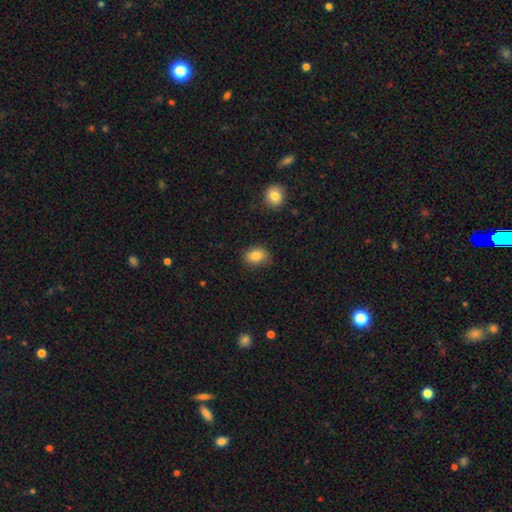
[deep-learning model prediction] Smooth or featured? smooth (84%)
How rounded? in between (62%)
Merging? none (80%)